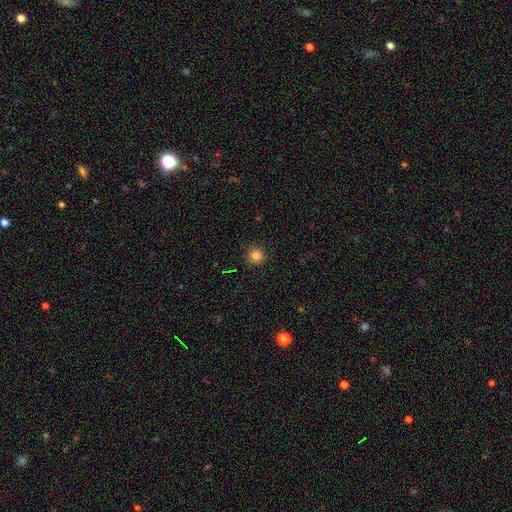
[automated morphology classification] smooth-or-featured: smooth: 83% | star or artifact: 13% | featured or disk: 5%
  how-rounded: round: 93% | in between: 6% | cigar-shaped: 1%
  merging: none: 91% | minor disturbance: 6% | major disturbance: 2% | merger: 1%